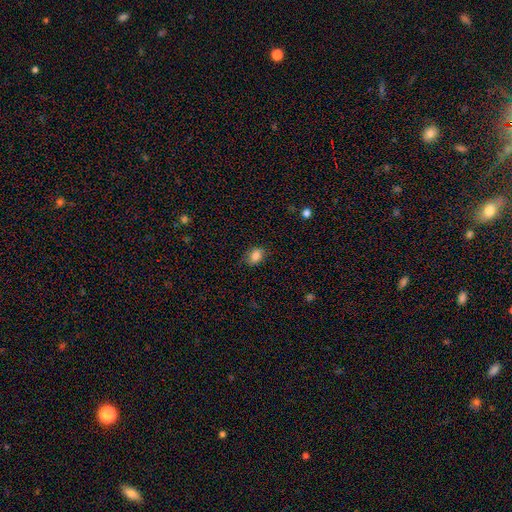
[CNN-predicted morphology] Smooth or featured? smooth (85%)
How rounded? in between (71%)
Merging? none (77%)